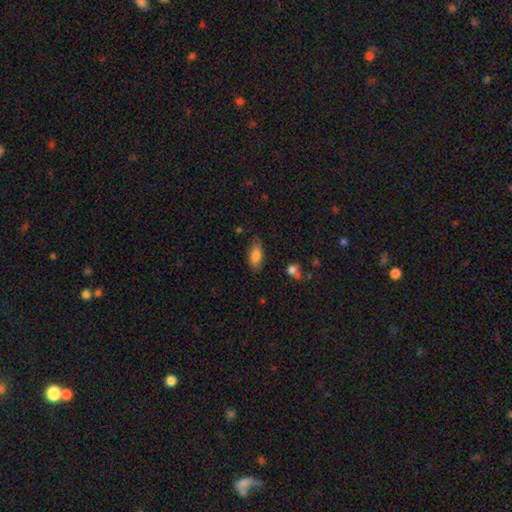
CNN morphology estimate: type=smooth (82%); roundness=in between (87%); merging=none (75%).